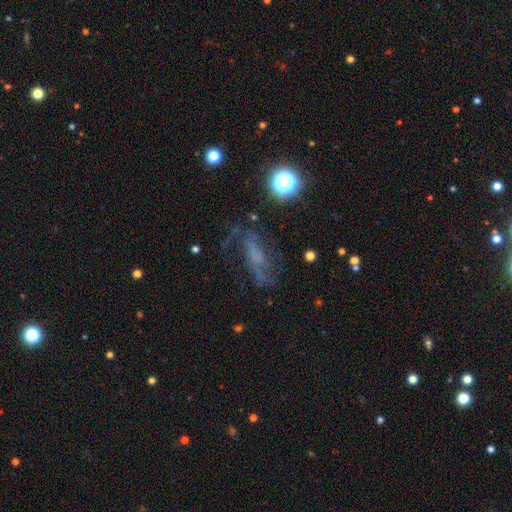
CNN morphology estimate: featured or disk 55%, star or artifact 23%, smooth 22%. Down the decision tree: edge-on disk — no (82%); merging — none (51%).